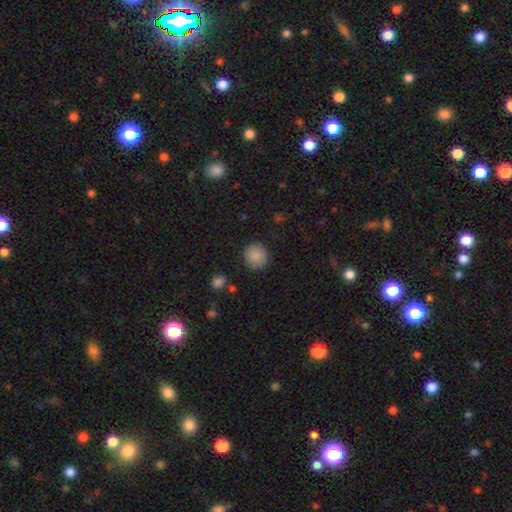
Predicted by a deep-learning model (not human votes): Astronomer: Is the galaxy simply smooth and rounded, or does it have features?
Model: smooth — 88%.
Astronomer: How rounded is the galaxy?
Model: round — 90%.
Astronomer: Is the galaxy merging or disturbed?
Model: none — 88%.